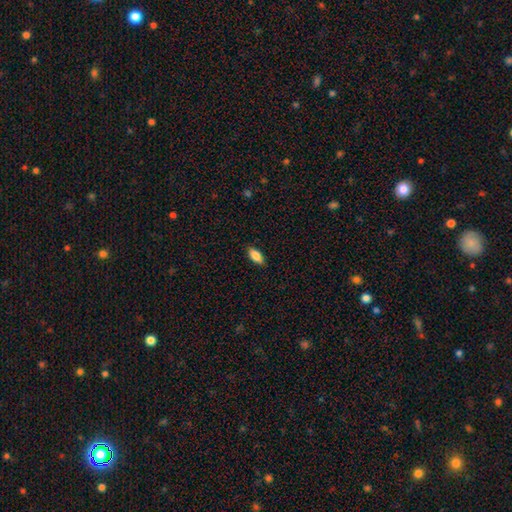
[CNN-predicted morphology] This is clearly a smooth galaxy (86%). How rounded: clearly in between (87%). Merging: clearly none (88%).